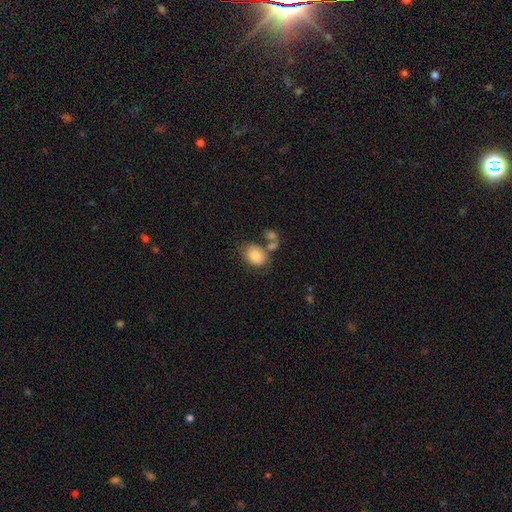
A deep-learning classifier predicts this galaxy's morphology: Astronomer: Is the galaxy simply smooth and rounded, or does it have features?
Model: smooth — 82%.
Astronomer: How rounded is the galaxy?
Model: in between — 66%.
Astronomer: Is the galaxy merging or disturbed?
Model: none — 48% (runner-up: merger, 25%).